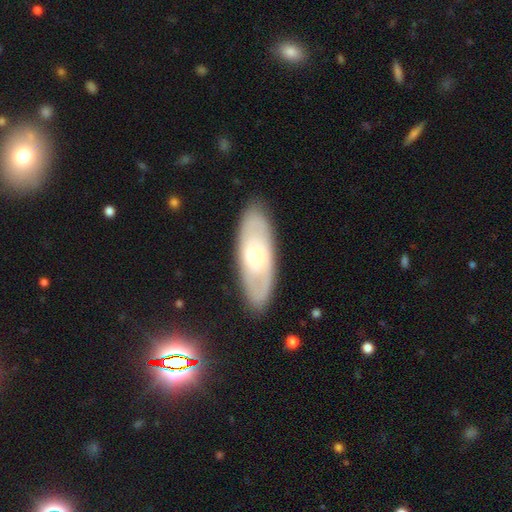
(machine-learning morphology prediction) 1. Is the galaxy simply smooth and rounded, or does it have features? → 56% featured or disk, 38% smooth, 6% star or artifact.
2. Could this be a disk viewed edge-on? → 82% no, 18% yes.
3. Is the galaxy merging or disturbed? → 85% none, 10% minor disturbance, 3% major disturbance, 1% merger.